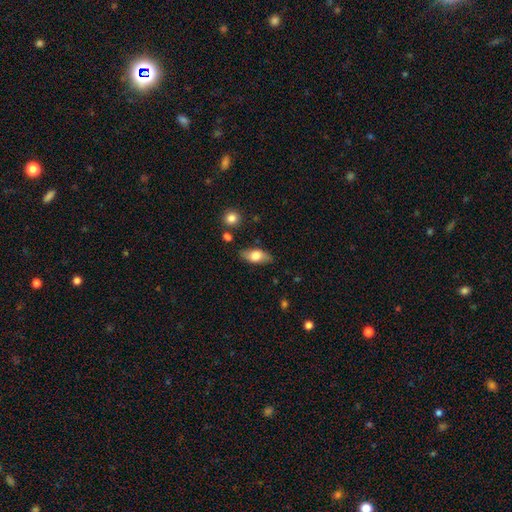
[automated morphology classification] Smooth or featured? Predicted: smooth (p=0.72). How rounded? Predicted: in between (p=0.85). Merging? Predicted: none (p=0.81).